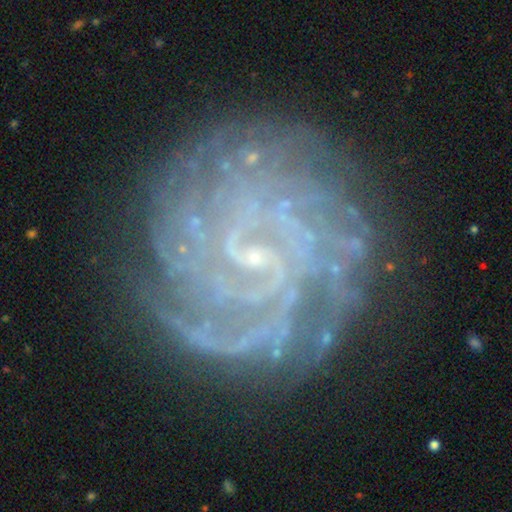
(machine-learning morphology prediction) Smooth or featured? featured or disk (85%)
Edge-on disk? no (98%)
Bar? weak (43%)
Spiral arms? yes (96%)
Spiral winding? tight (78%)
Spiral arm count? can't tell (29%)
Bulge size? small (80%)
Merging? none (79%)